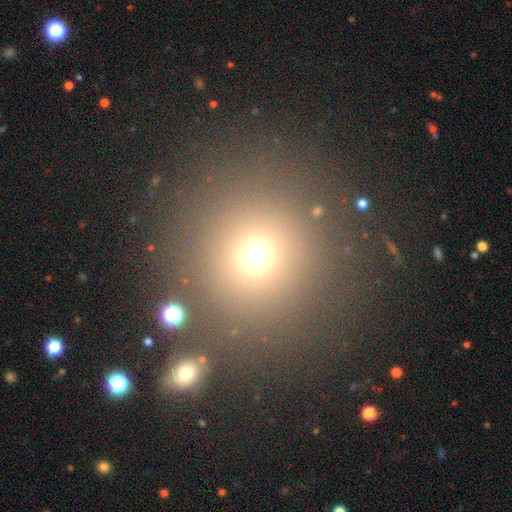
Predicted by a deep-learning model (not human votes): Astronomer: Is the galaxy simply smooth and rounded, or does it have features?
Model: smooth — 66%.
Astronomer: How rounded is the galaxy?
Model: round — 93%.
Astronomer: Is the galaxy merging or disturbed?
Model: none — 82%.